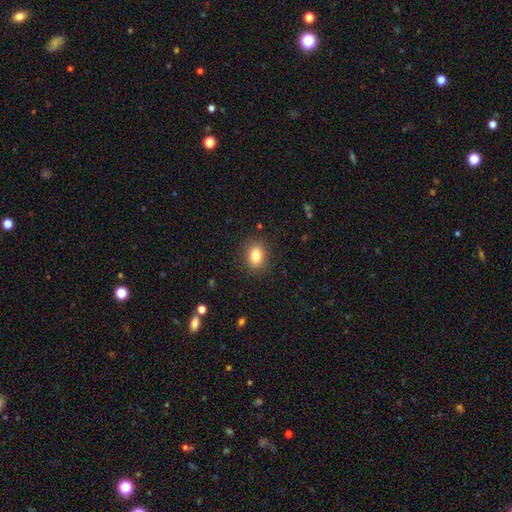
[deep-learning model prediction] Smooth or featured: smooth — 83% (star or artifact — 10%)
How rounded: in between — 57% (round — 42%)
Merging: none — 88% (minor disturbance — 9%)